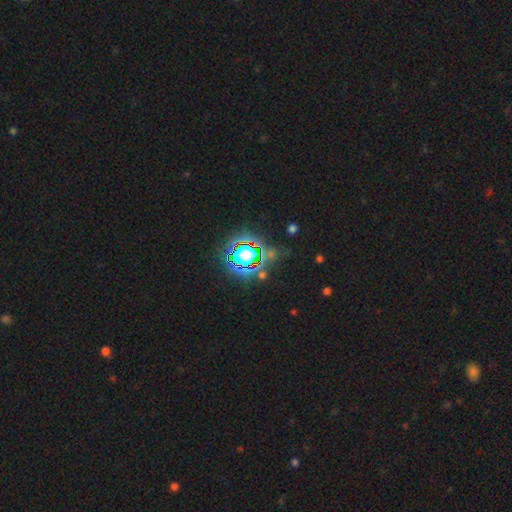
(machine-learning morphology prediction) Smooth or featured: star or artifact — 81% (smooth — 12%)